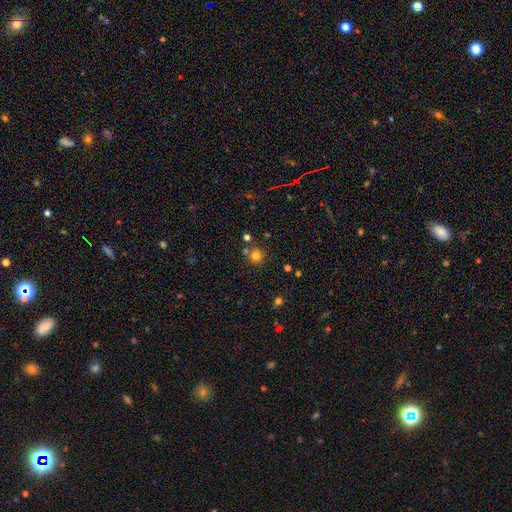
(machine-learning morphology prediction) Smooth or featured? smooth (77%)
How rounded? round (88%)
Merging? none (68%)